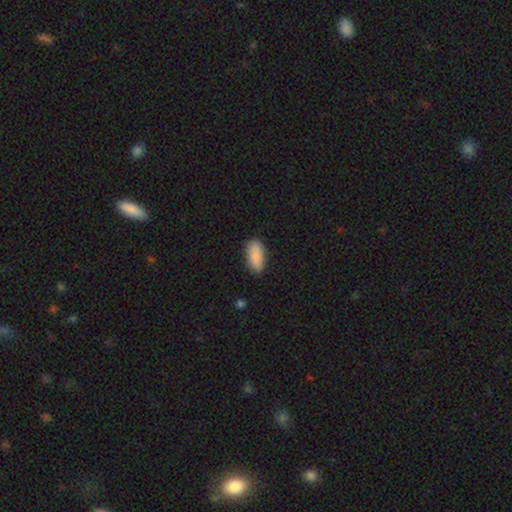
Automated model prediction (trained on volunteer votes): smooth 90%, star or artifact 6%, featured or disk 4%. Down the decision tree: how rounded — in between (89%); merging — none (85%).